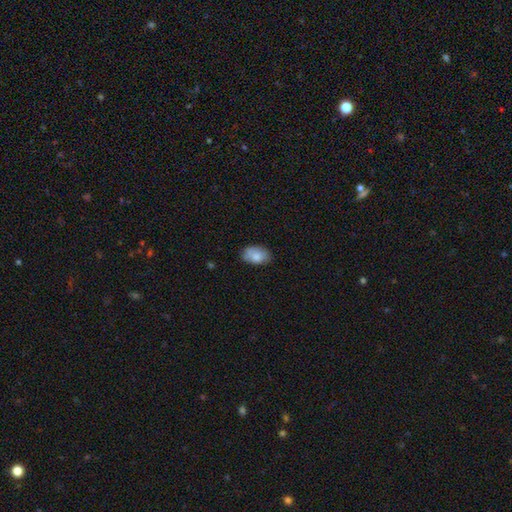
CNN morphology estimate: smooth-or-featured: smooth: 81% | featured or disk: 12% | star or artifact: 7%
  how-rounded: in between: 89% | round: 10% | cigar-shaped: 1%
  merging: none: 71% | minor disturbance: 22% | major disturbance: 4% | merger: 3%